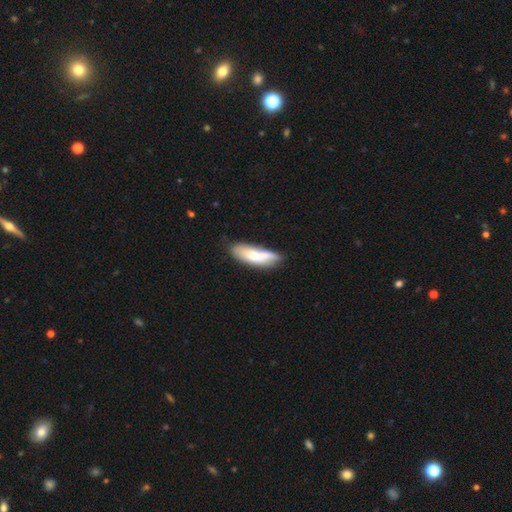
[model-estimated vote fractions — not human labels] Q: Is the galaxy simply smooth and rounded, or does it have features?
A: smooth — 64%.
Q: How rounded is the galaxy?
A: in between — 58%.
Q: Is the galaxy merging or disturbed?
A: none — 58%.